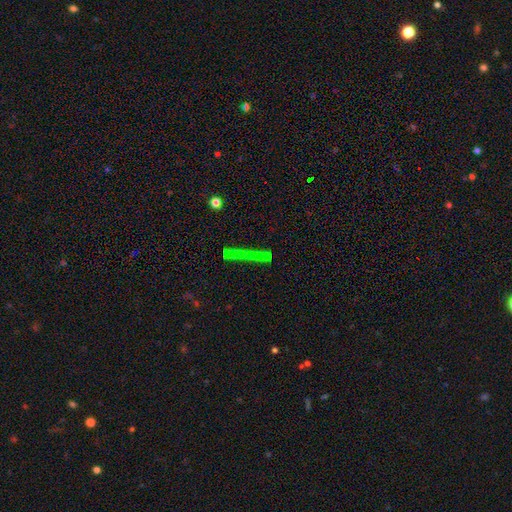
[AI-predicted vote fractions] Overall: star or artifact (41%; smooth 35%).